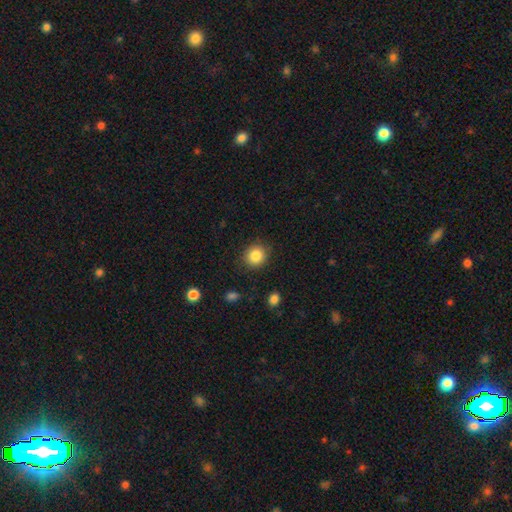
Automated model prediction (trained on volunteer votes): smooth 85%, star or artifact 10%, featured or disk 5%. Down the decision tree: how rounded — round (84%); merging — none (87%).